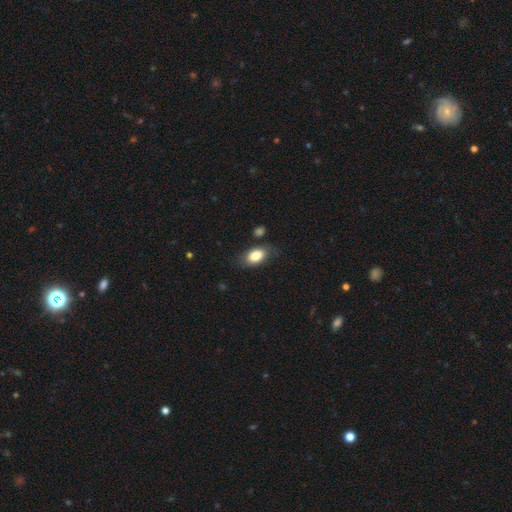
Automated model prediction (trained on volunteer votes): Smooth or featured? smooth (83%)
How rounded? in between (90%)
Merging? none (69%)